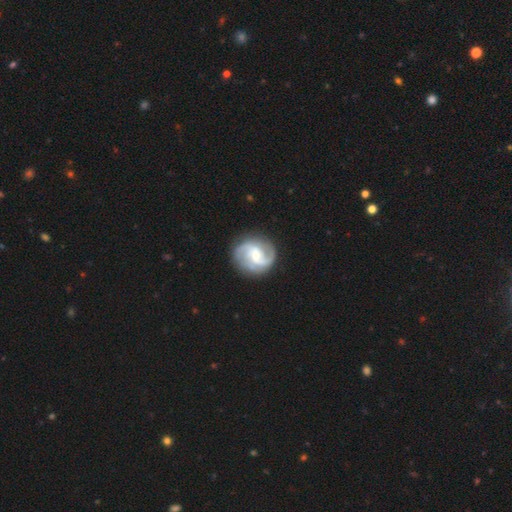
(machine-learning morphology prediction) A featured or disk galaxy (88%) with a weak bar (45%), 2 (78%) medium (52%) spiral arms (97%) and a moderate central bulge (49%).

Vote fractions:
- Smooth or featured? featured or disk: 88% / smooth: 7% / star or artifact: 4%
- Edge-on disk? no: 98% / yes: 2%
- Bar? weak: 45% / no: 40% / strong: 15%
- Spiral arms? yes: 97% / no: 3%
- Spiral winding? medium: 52% / loose: 24% / tight: 24%
- Spiral arm count? 2: 78% / 3: 10% / can't tell: 5% / 1: 3% / 4: 2% / more than 4: 2%
- Bulge size? moderate: 49% / small: 47% / large: 2% / none: 1% / dominant: 1%
- Merging? none: 82% / minor disturbance: 12% / major disturbance: 5% / merger: 1%